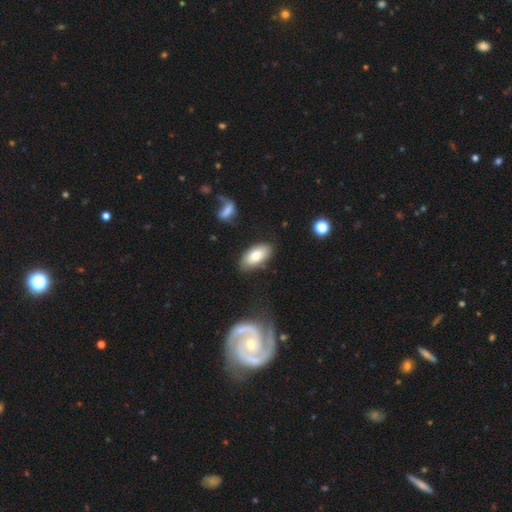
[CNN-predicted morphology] The model was most divided on "smooth or featured": smooth: 79%, featured or disk: 14%, star or artifact: 7%. More confident: how rounded — in between (92%); merging — none (80%).